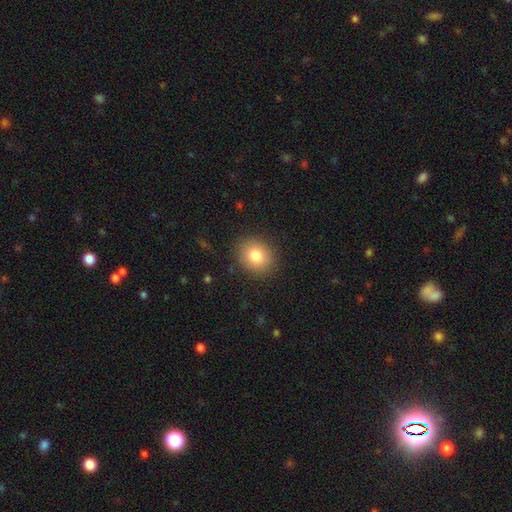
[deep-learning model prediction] Smooth or featured?
  - smooth: 81% *
  - star or artifact: 10%
  - featured or disk: 9%
How rounded?
  - round: 69% *
  - in between: 31%
  - cigar-shaped: 1%
Merging?
  - none: 87% *
  - minor disturbance: 9%
  - major disturbance: 3%
  - merger: 1%